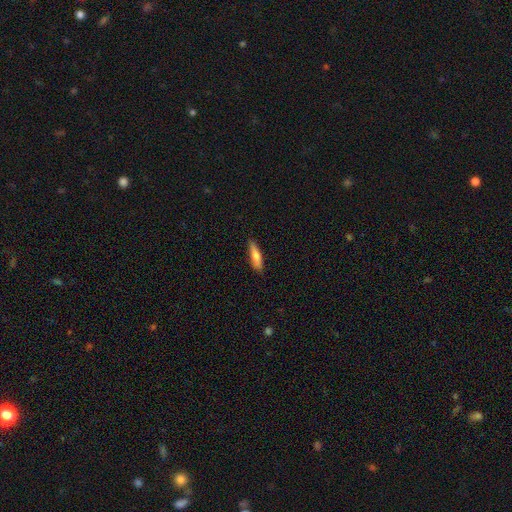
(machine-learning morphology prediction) smooth 71%, featured or disk 23%, star or artifact 6%. Down the decision tree: how rounded — cigar-shaped (71%); merging — none (84%).